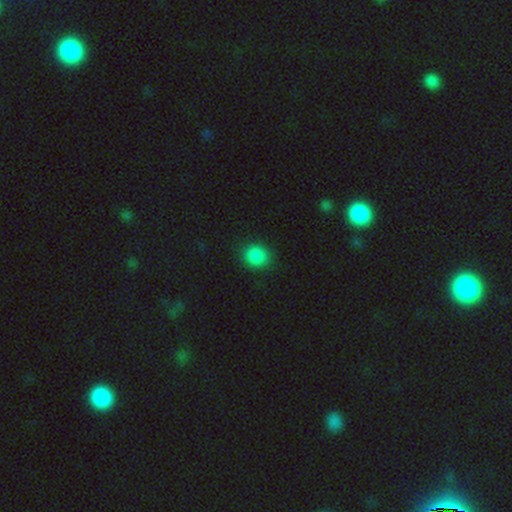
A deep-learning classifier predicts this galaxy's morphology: smooth 87%, star or artifact 10%, featured or disk 3%. Down the decision tree: how rounded — round (80%); merging — none (89%).